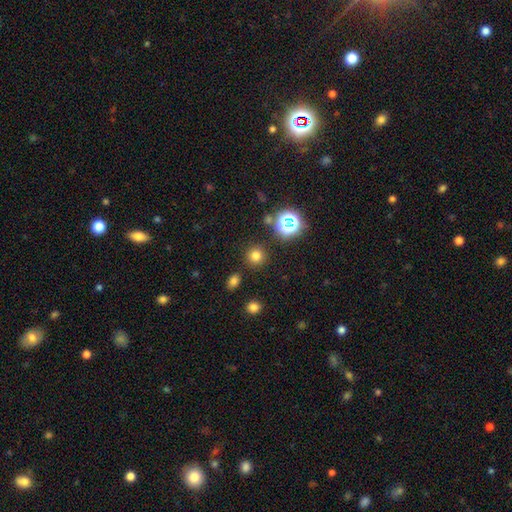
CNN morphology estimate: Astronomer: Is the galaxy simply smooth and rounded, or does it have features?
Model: smooth — 73%.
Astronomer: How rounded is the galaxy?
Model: round — 93%.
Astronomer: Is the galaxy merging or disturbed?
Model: none — 87%.